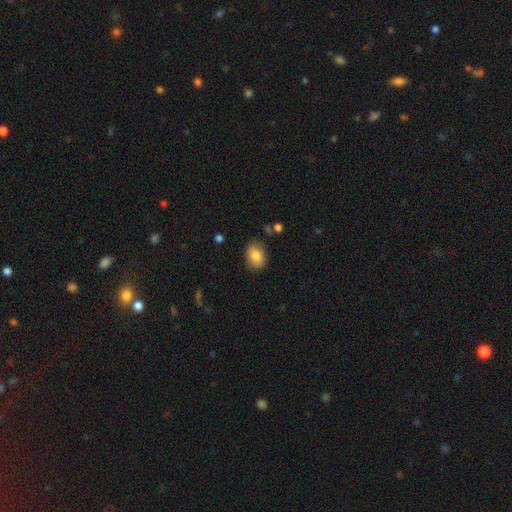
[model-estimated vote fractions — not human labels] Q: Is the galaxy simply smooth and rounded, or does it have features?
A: smooth — 82%.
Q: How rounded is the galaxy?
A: in between — 71%.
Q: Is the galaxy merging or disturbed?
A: none — 81%.